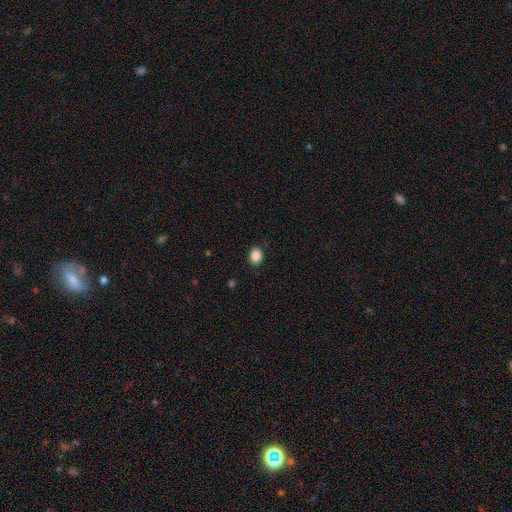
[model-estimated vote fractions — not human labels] This appears to be a smooth galaxy with no disk features (88%) that is in between round and cigar-shaped (60%). Merging: none (89%).